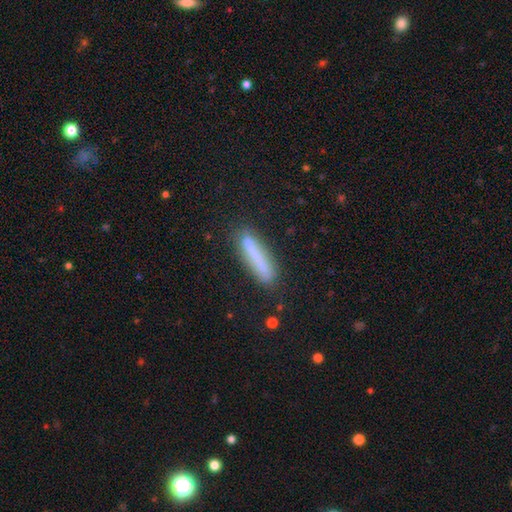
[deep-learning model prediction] A smooth galaxy with no disk features (68%) that is cigar-shaped (90%).

Vote fractions:
- Smooth or featured? smooth: 68% / featured or disk: 22% / star or artifact: 10%
- How rounded? cigar-shaped: 90% / in between: 9% / round: 2%
- Merging? none: 79% / minor disturbance: 13% / merger: 4% / major disturbance: 3%